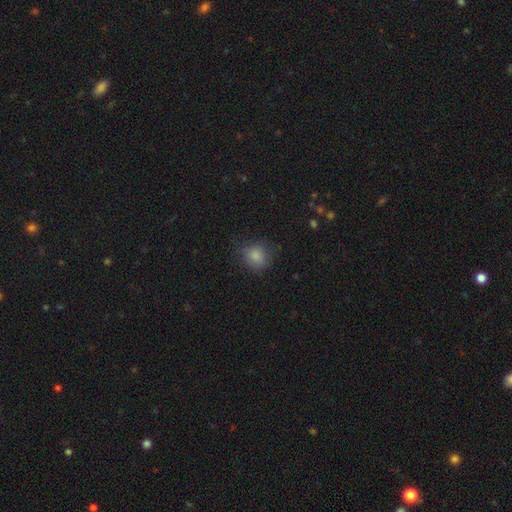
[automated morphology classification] Smooth or featured?
  - smooth: 85% *
  - star or artifact: 10%
  - featured or disk: 5%
How rounded?
  - round: 79% *
  - in between: 20%
  - cigar-shaped: 1%
Merging?
  - none: 77% *
  - minor disturbance: 16%
  - major disturbance: 5%
  - merger: 1%